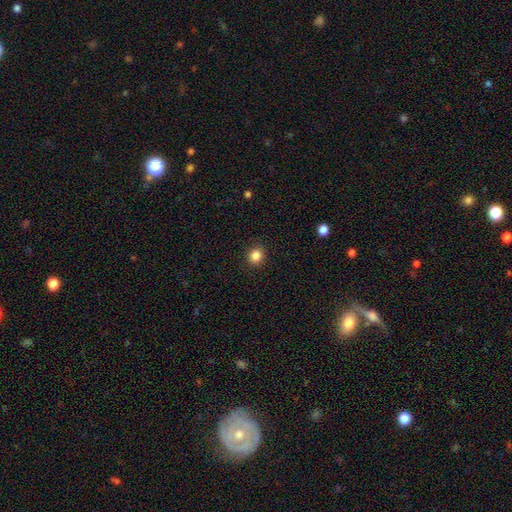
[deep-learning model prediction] Smooth or featured?
  - smooth: 85% *
  - star or artifact: 11%
  - featured or disk: 4%
How rounded?
  - round: 80% *
  - in between: 19%
  - cigar-shaped: 1%
Merging?
  - none: 90% *
  - minor disturbance: 7%
  - major disturbance: 2%
  - merger: 1%